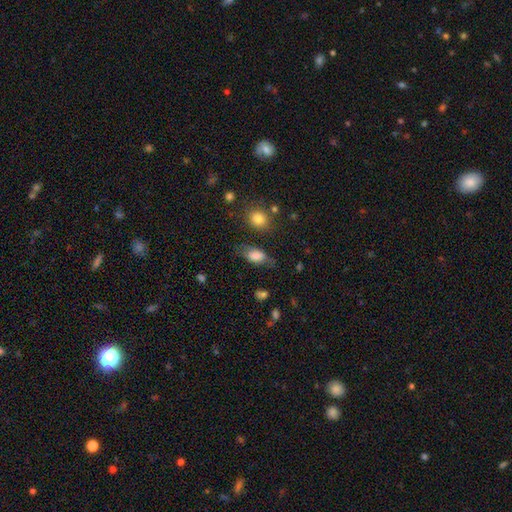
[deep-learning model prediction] The model was most divided on "merging": none: 63%, minor disturbance: 24%, major disturbance: 10%, merger: 3%. More confident: how rounded — in between (86%); smooth or featured — smooth (75%).